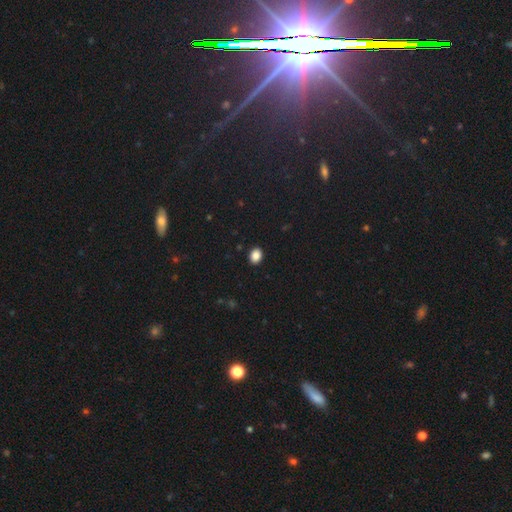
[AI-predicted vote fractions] Morphology: type=smooth (86%); roundness=in between (58%); merging=none (91%).